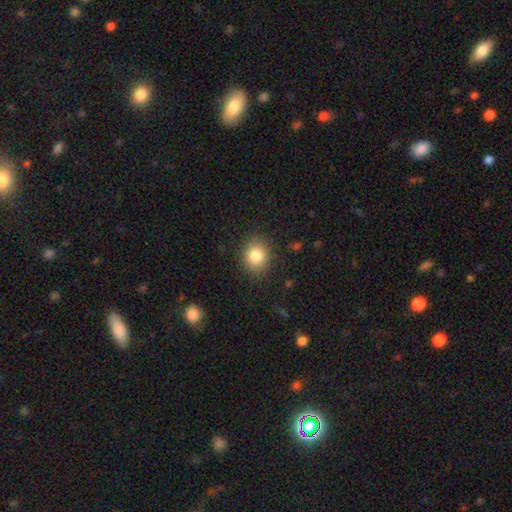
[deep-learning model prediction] smooth 84%, star or artifact 10%, featured or disk 7%. Down the decision tree: how rounded — round (68%); merging — none (86%).